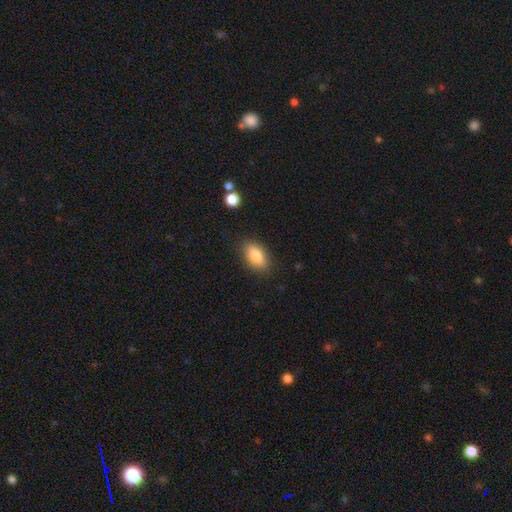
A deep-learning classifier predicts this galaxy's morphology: type=smooth (82%); roundness=in between (88%); merging=none (85%).